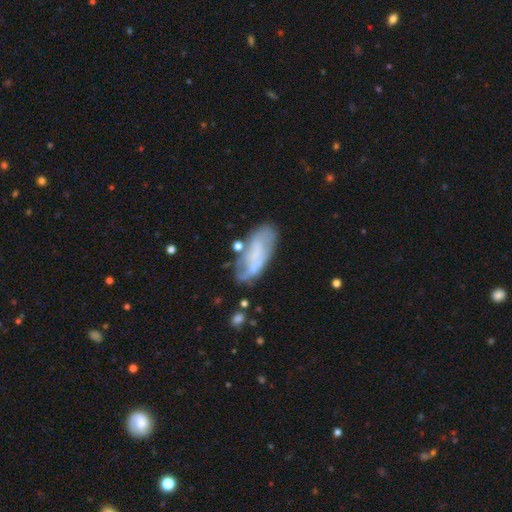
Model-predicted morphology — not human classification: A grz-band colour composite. It shows a featured or disk galaxy (46%). Merging: none (49%).